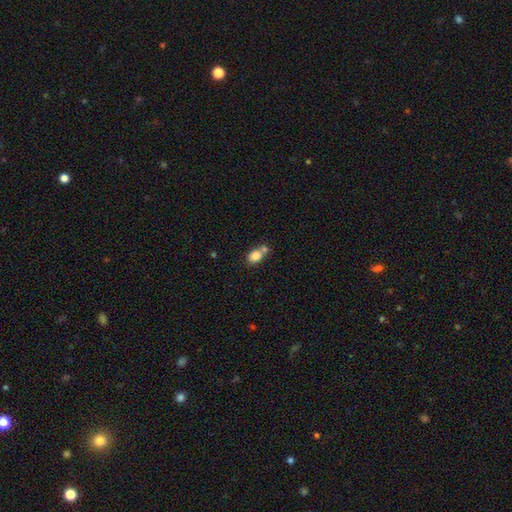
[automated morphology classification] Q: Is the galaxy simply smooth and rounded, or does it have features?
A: smooth — 81%.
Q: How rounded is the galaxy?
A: in between — 64%.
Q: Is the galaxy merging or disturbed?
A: none — 46%.